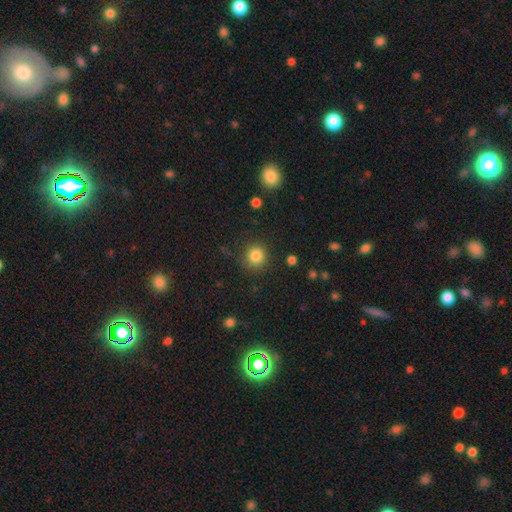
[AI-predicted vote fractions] smooth_or_featured: smooth (p=0.84) [alt: star or artifact p=0.12]
how_rounded: round (p=0.91) [alt: in between p=0.08]
merging: none (p=0.85) [alt: minor disturbance p=0.09]